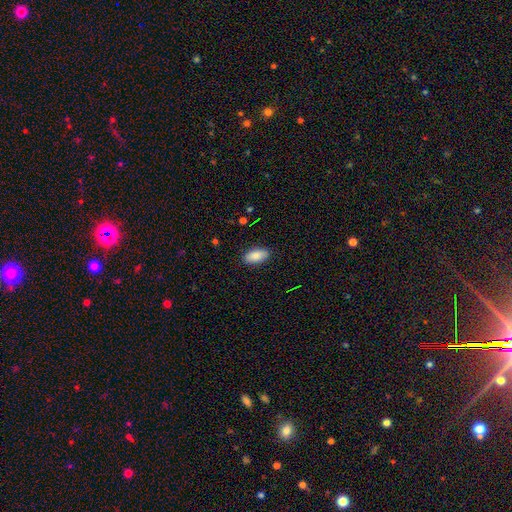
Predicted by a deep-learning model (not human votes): smooth_or_featured: smooth (p=0.86) [alt: featured or disk p=0.07]
how_rounded: in between (p=0.92) [alt: cigar-shaped p=0.06]
merging: none (p=0.88) [alt: minor disturbance p=0.09]